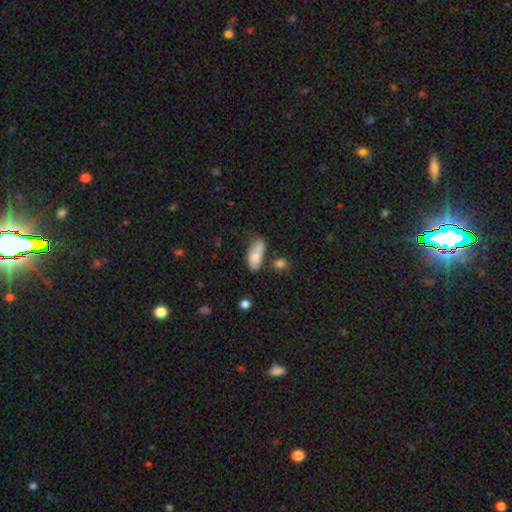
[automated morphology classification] smooth-or-featured: smooth: 75% | featured or disk: 18% | star or artifact: 7%
  how-rounded: in between: 82% | cigar-shaped: 15% | round: 3%
  merging: none: 42% | minor disturbance: 32% | merger: 14% | major disturbance: 12%